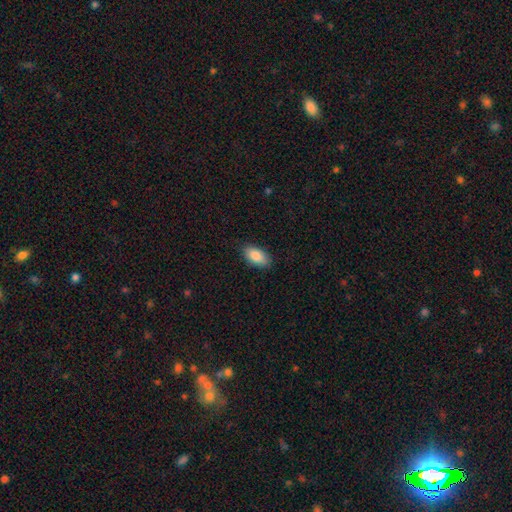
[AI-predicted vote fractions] This appears to be a smooth galaxy with no disk features (88%) that is in between round and cigar-shaped (93%). Merging: none (85%).